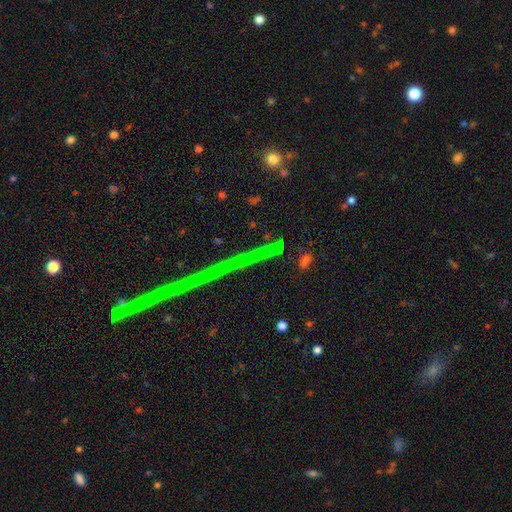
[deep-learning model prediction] A star or artifact, not a galaxy (75%).

Vote fractions:
- Smooth or featured? star or artifact: 75% / featured or disk: 15% / smooth: 11%